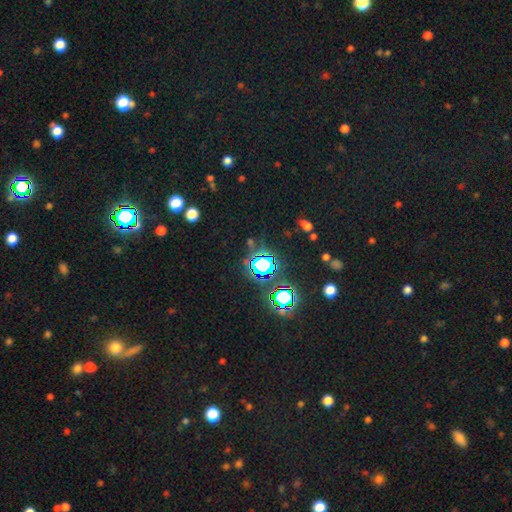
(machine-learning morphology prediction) smooth-or-featured: star or artifact: 78% | smooth: 14% | featured or disk: 8%